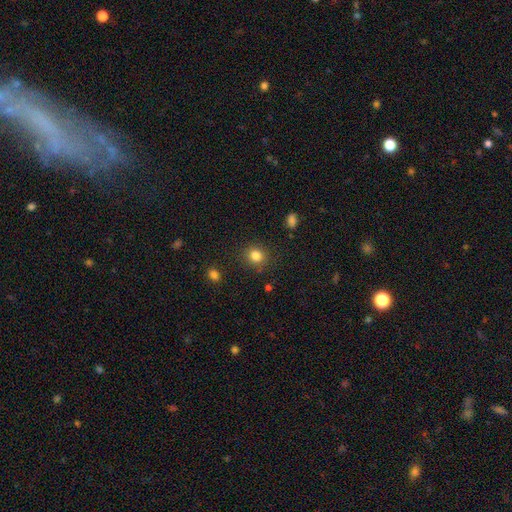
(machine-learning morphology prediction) This is clearly a smooth galaxy (83%). How rounded: clearly round (82%). Merging: clearly none (86%).